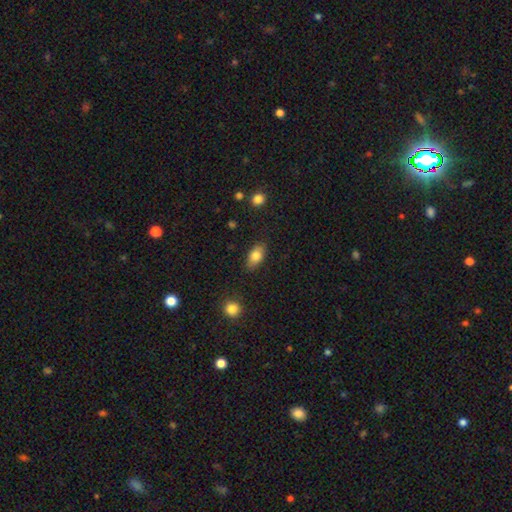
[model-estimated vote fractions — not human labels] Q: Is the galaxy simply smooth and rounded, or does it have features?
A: smooth — 81%.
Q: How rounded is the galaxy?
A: in between — 89%.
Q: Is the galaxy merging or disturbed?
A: none — 83%.